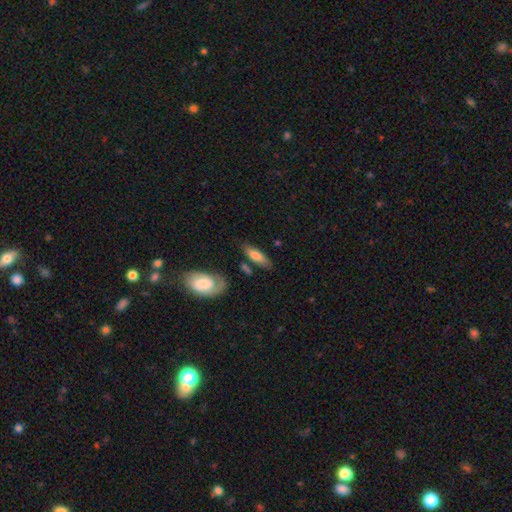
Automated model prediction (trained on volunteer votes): This is likely a smooth galaxy (67%). How rounded: likely in between (65%). Merging: likely none (70%).